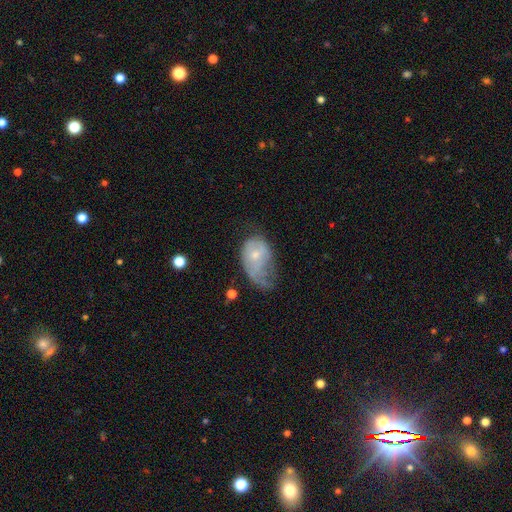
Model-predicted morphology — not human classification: Smooth or featured? Predicted: featured or disk (p=0.47). Merging? Predicted: major disturbance (p=0.46).